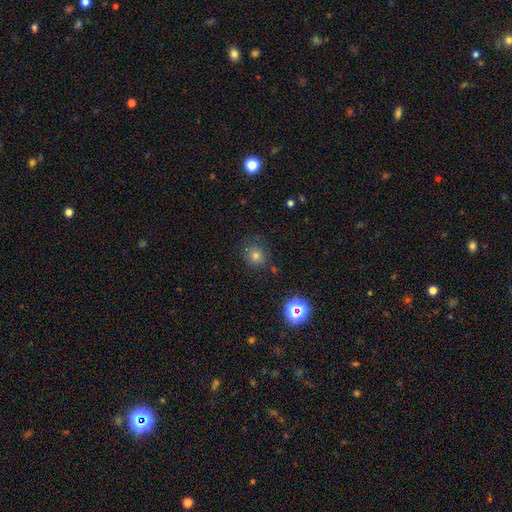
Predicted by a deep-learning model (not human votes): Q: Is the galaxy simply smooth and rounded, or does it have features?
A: smooth — 68%.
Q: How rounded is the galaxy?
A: round — 86%.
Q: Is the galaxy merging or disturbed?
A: none — 79%.